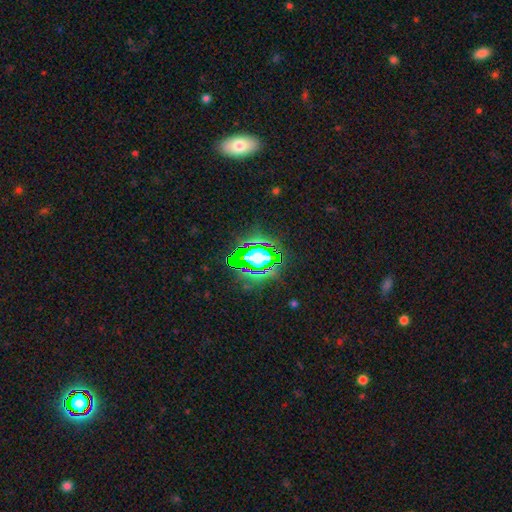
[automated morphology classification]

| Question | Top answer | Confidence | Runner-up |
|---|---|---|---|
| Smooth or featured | star or artifact | 76% | smooth (14%) |